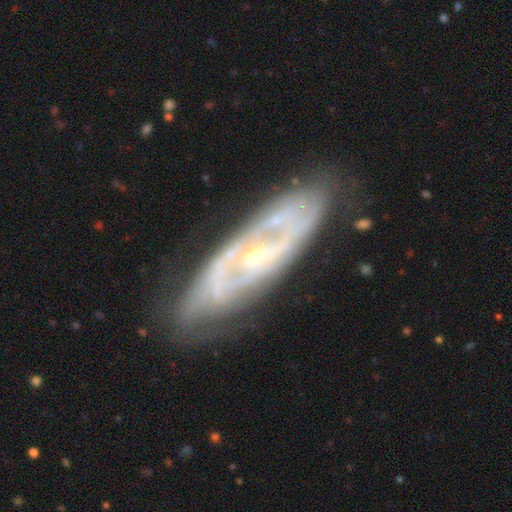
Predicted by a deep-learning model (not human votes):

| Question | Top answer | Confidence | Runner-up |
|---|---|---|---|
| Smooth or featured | featured or disk | 83% | smooth (11%) |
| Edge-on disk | no | 82% | yes (18%) |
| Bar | no | 61% | weak (26%) |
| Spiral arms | yes | 78% | no (22%) |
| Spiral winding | tight | 57% | medium (32%) |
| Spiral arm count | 2 | 42% | can't tell (40%) |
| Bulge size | small | 74% | moderate (22%) |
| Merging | none | 78% | minor disturbance (16%) |